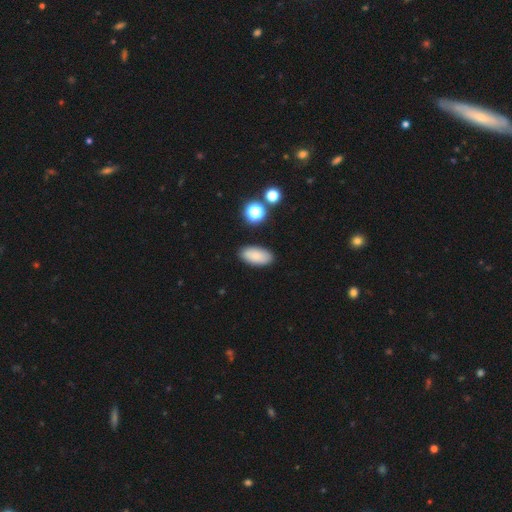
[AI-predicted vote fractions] A smooth galaxy with no disk features (85%) that is in between round and cigar-shaped (91%).

Vote fractions:
- Smooth or featured? smooth: 85% / star or artifact: 9% / featured or disk: 6%
- How rounded? in between: 91% / cigar-shaped: 6% / round: 3%
- Merging? none: 87% / minor disturbance: 8% / major disturbance: 2% / merger: 2%